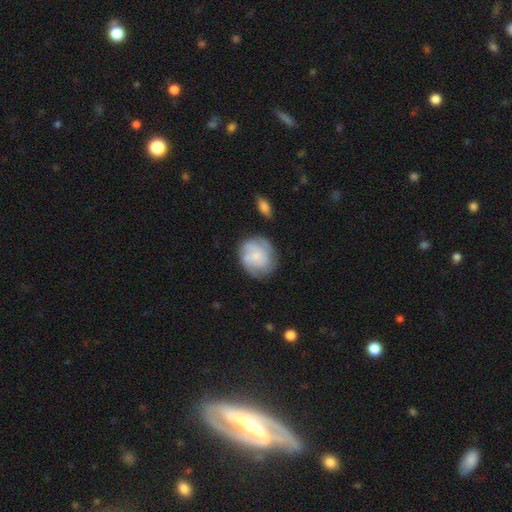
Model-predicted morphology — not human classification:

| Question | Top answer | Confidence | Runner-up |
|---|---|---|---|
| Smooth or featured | featured or disk | 58% | smooth (36%) |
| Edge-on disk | no | 98% | yes (2%) |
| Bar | no | 74% | weak (23%) |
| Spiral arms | yes | 87% | no (13%) |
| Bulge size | small | 59% | moderate (21%) |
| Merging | none | 69% | minor disturbance (20%) |